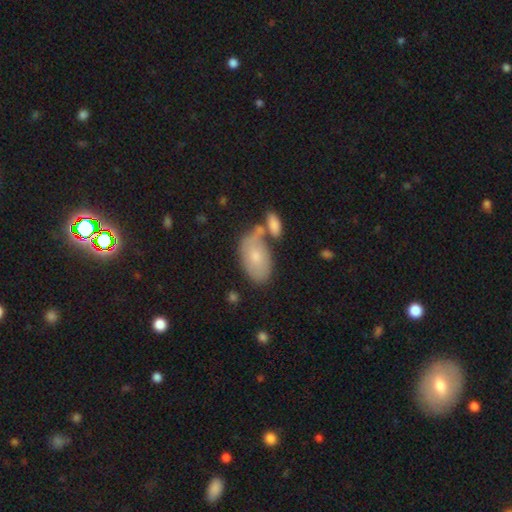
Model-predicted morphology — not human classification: smooth 67%, featured or disk 25%, star or artifact 8%. Down the decision tree: how rounded — in between (92%); merging — none (51%).